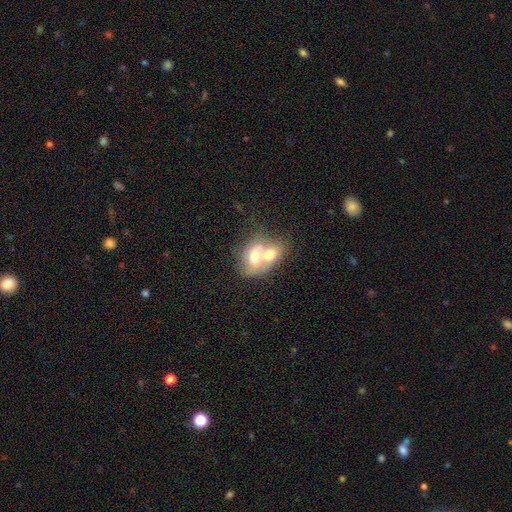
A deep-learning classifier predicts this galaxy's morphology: smooth_or_featured: smooth (p=0.59) [alt: featured or disk p=0.33]
how_rounded: in between (p=0.64) [alt: round p=0.34]
merging: merger (p=0.75) [alt: none p=0.14]